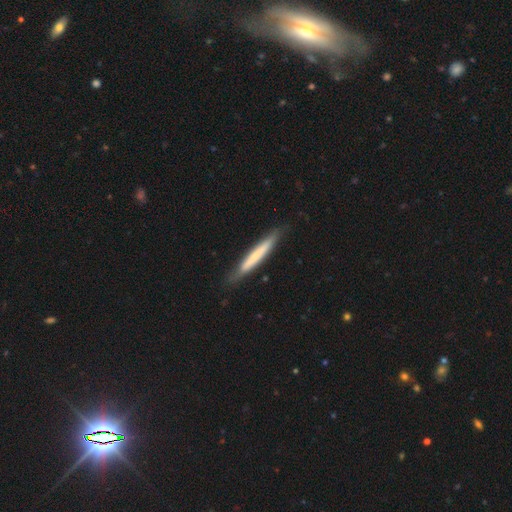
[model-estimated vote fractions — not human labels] Smooth or featured?
  - smooth: 61% *
  - featured or disk: 34%
  - star or artifact: 5%
How rounded?
  - cigar-shaped: 95% *
  - in between: 3%
  - round: 1%
Merging?
  - none: 83% *
  - minor disturbance: 14%
  - major disturbance: 2%
  - merger: 1%